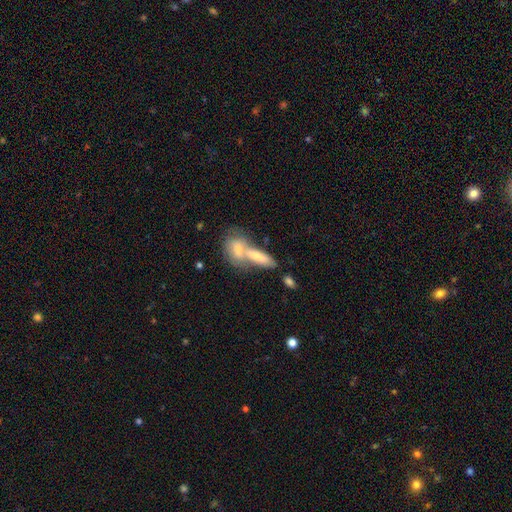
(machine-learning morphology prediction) smooth-or-featured: smooth: 60% | featured or disk: 30% | star or artifact: 9%
  how-rounded: in between: 62% | cigar-shaped: 31% | round: 7%
  merging: merger: 62% | none: 27% | minor disturbance: 7% | major disturbance: 4%